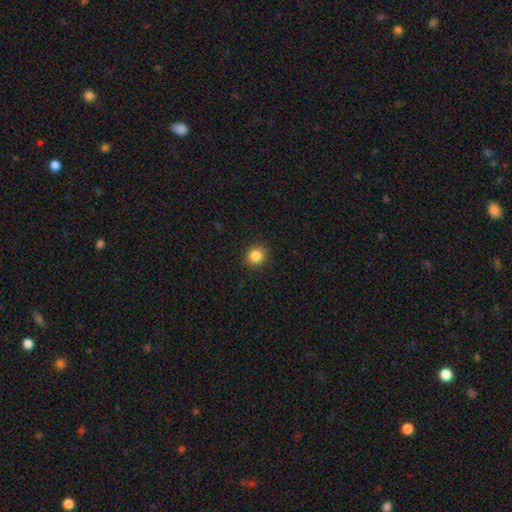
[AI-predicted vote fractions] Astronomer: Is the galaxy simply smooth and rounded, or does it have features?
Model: smooth — 86%.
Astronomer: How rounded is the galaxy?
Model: round — 87%.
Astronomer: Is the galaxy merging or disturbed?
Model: none — 91%.